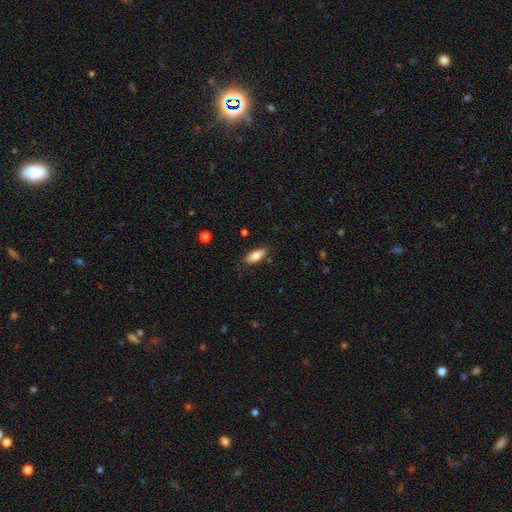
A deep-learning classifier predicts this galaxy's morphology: A smooth galaxy with no disk features (80%) that is in between round and cigar-shaped (87%). Merging: none (82%).